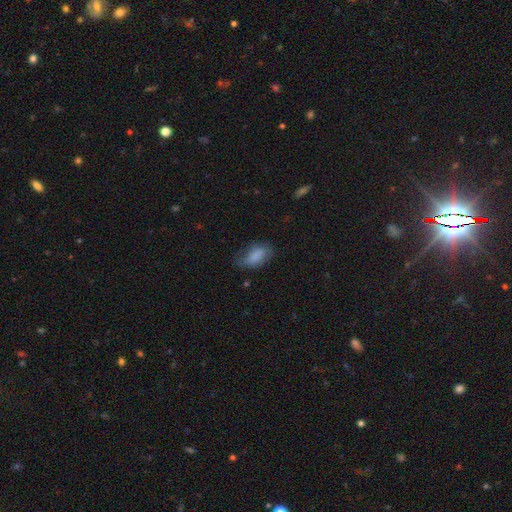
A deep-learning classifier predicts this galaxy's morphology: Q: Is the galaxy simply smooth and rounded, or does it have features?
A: smooth — 81%.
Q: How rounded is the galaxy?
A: in between — 91%.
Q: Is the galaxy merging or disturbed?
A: none — 55%.